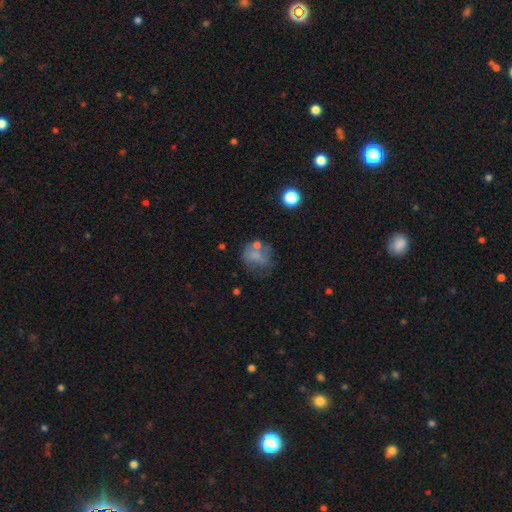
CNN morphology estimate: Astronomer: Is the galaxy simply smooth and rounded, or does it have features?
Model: smooth — 55% (runner-up: featured or disk, 30%).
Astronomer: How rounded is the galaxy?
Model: round — 64%.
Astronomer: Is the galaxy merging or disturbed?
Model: none — 42% (runner-up: minor disturbance, 23%).